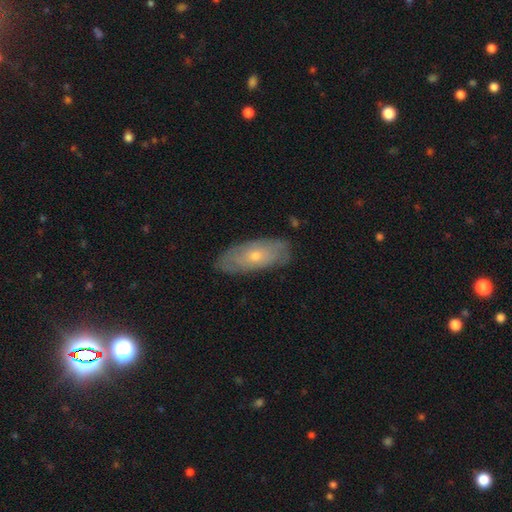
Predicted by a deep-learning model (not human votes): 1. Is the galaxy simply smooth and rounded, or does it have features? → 50% featured or disk, 43% smooth, 7% star or artifact.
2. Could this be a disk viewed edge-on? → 80% no, 20% yes.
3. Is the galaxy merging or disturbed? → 80% none, 16% minor disturbance, 3% major disturbance, 1% merger.